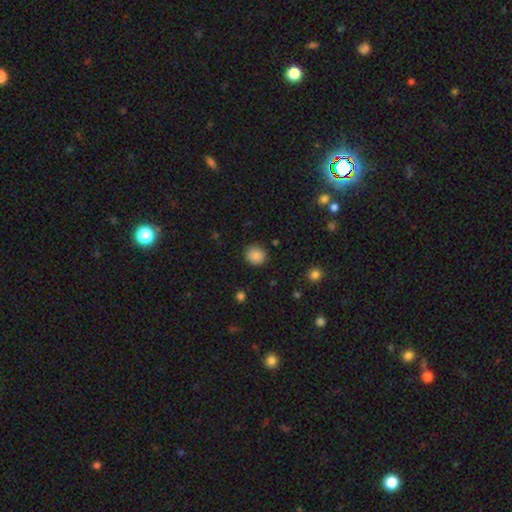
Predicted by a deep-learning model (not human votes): Smooth or featured? smooth (87%)
How rounded? round (87%)
Merging? none (87%)